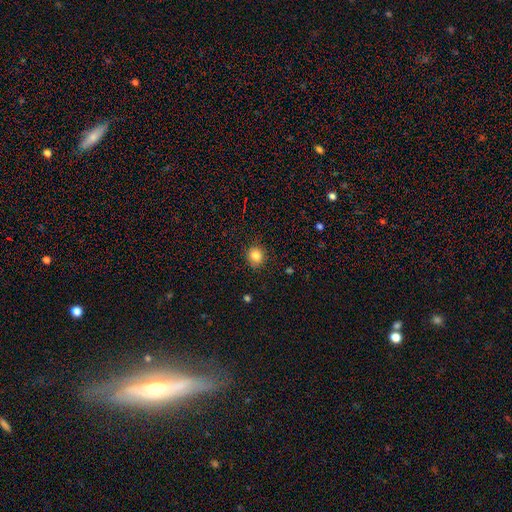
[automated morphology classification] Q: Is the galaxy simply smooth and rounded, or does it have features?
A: smooth — 83%.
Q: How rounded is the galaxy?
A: round — 80%.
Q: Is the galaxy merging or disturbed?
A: none — 87%.